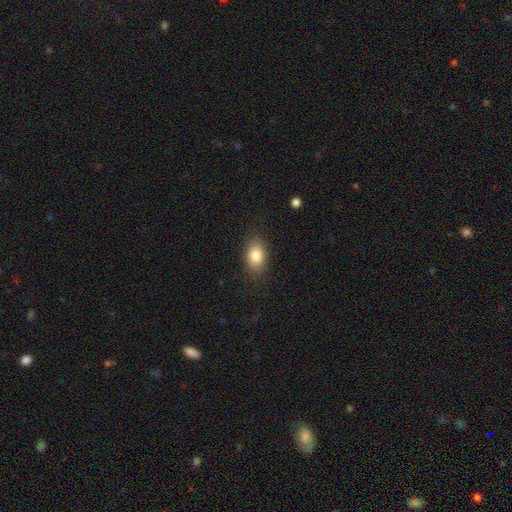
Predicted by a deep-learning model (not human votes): smooth-or-featured: smooth: 83% | featured or disk: 9% | star or artifact: 8%
  how-rounded: in between: 86% | round: 13% | cigar-shaped: 2%
  merging: none: 85% | minor disturbance: 11% | major disturbance: 3% | merger: 1%